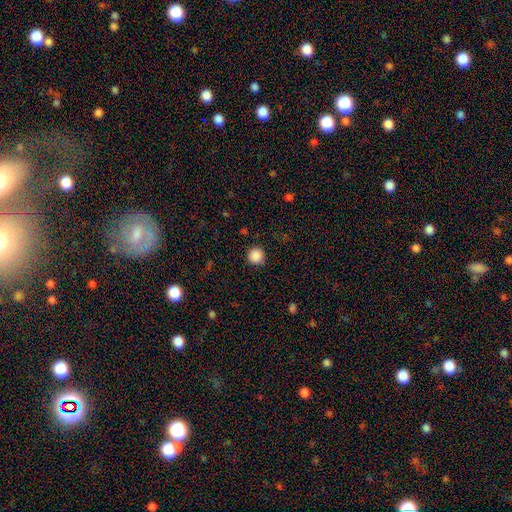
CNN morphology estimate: A smooth galaxy with no disk features (88%) that is round (95%).

Vote fractions:
- Smooth or featured? smooth: 88% / star or artifact: 10% / featured or disk: 3%
- How rounded? round: 95% / in between: 4% / cigar-shaped: 1%
- Merging? none: 90% / minor disturbance: 6% / major disturbance: 2% / merger: 1%